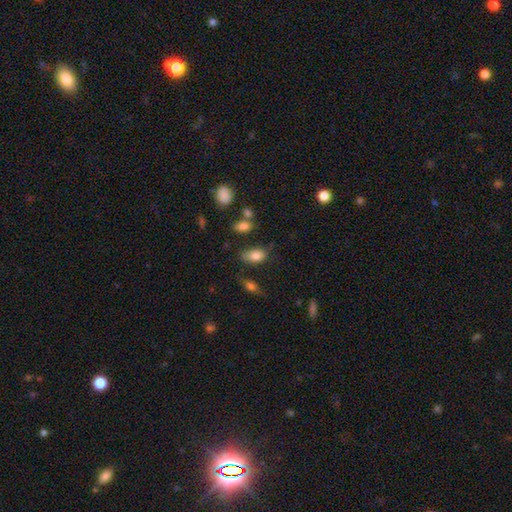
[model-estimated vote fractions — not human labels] Morphology: type=smooth (82%); roundness=in between (91%); merging=none (65%).